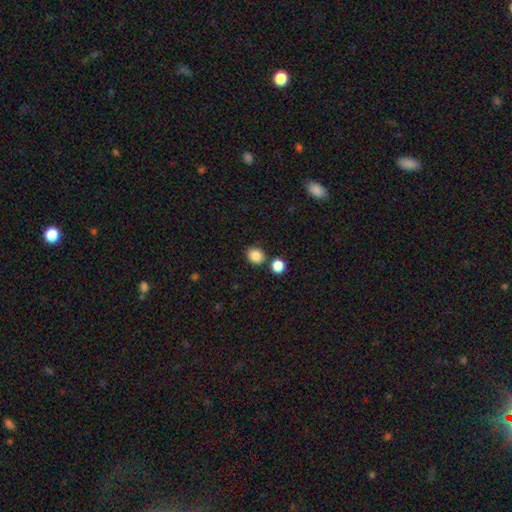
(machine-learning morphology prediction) This is clearly a smooth galaxy (86%). How rounded: likely round (72%). Merging: likely none (79%).